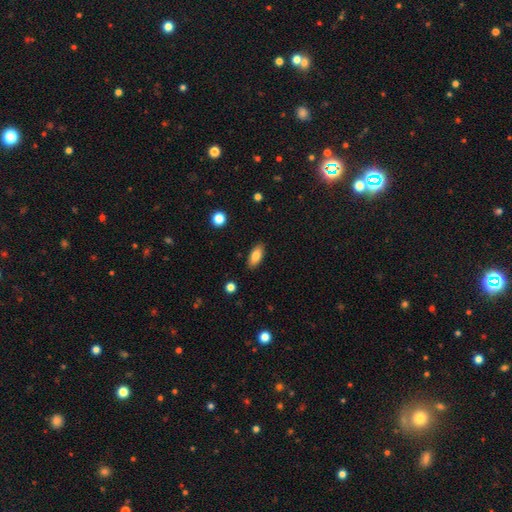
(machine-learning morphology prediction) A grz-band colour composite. It shows a smooth galaxy with no disk features (81%) that is in between round and cigar-shaped (87%). Merging: none (88%).